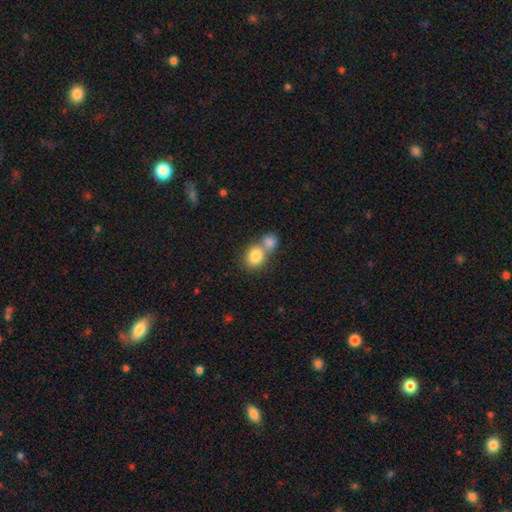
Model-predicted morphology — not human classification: smooth-or-featured: smooth: 82% | featured or disk: 9% | star or artifact: 9%
  how-rounded: round: 74% | in between: 25% | cigar-shaped: 1%
  merging: merger: 56% | none: 35% | minor disturbance: 7% | major disturbance: 3%